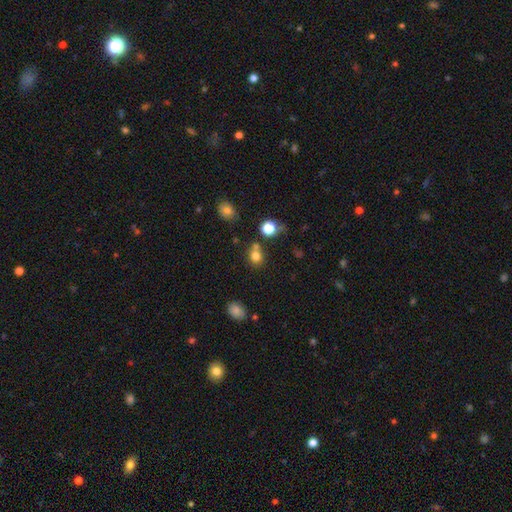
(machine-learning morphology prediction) Overall: smooth (77%). How rounded: round (78%). Merging: none (59%; merger 26%).